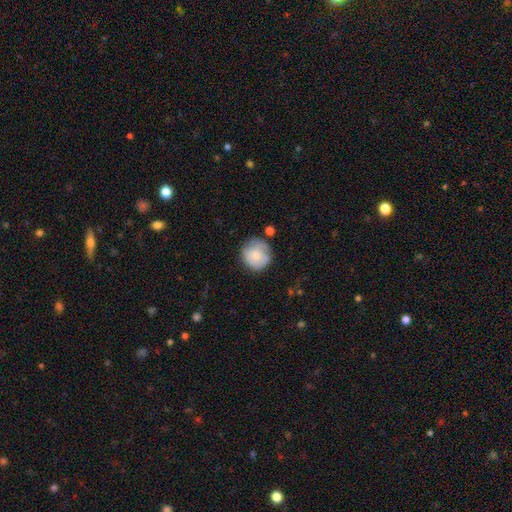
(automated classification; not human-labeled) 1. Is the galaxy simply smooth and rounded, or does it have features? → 74% smooth, 19% featured or disk, 7% star or artifact.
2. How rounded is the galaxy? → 93% round, 6% in between, 1% cigar-shaped.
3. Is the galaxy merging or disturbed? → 71% none, 20% minor disturbance, 5% major disturbance, 4% merger.